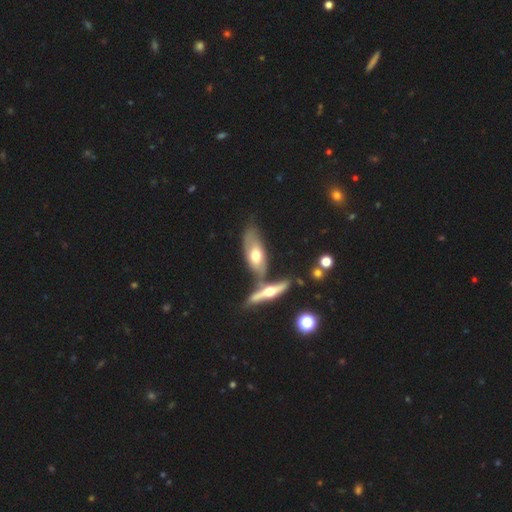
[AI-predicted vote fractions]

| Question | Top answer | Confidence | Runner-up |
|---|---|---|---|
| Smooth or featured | smooth | 49% | featured or disk (45%) |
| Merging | none | 50% | merger (33%) |